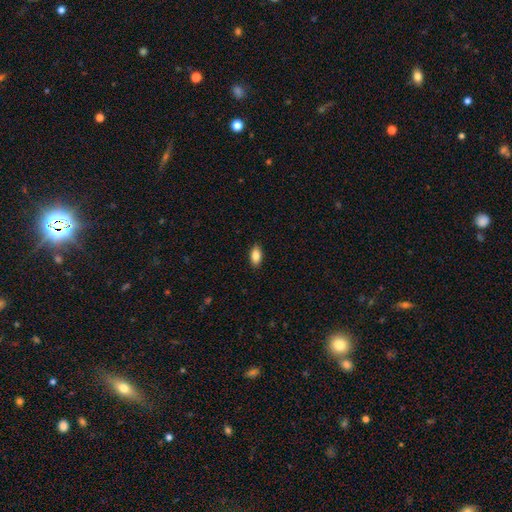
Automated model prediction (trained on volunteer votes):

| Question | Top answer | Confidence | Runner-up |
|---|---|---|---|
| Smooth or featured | smooth | 87% | star or artifact (7%) |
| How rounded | in between | 91% | cigar-shaped (6%) |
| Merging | none | 89% | minor disturbance (8%) |